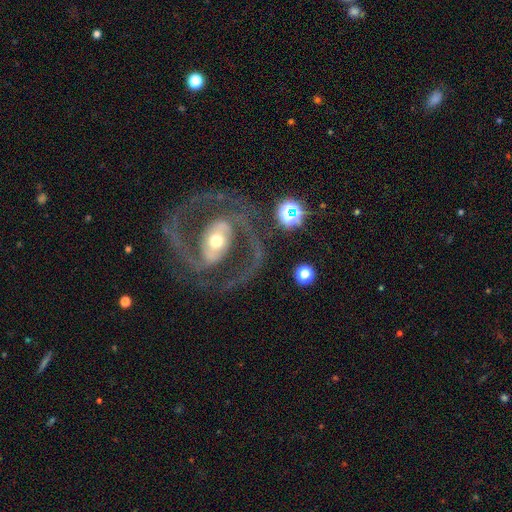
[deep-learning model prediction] A featured or disk galaxy (89%) with a strong bar (46%), 2 (91%) medium (56%) spiral arms (92%) and a moderate central bulge (59%). Merging: none (77%).